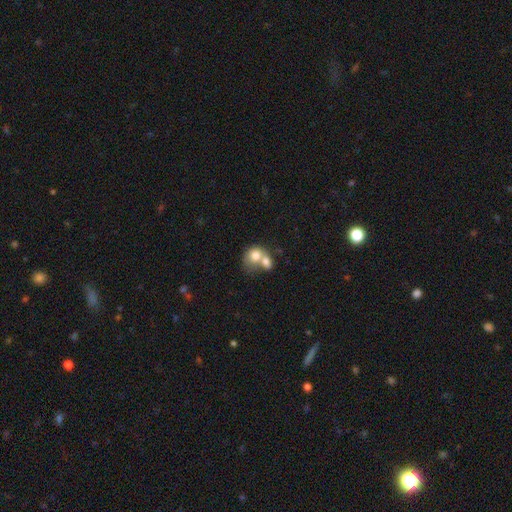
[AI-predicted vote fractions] Smooth or featured? smooth (72%)
How rounded? round (55%)
Merging? merger (72%)